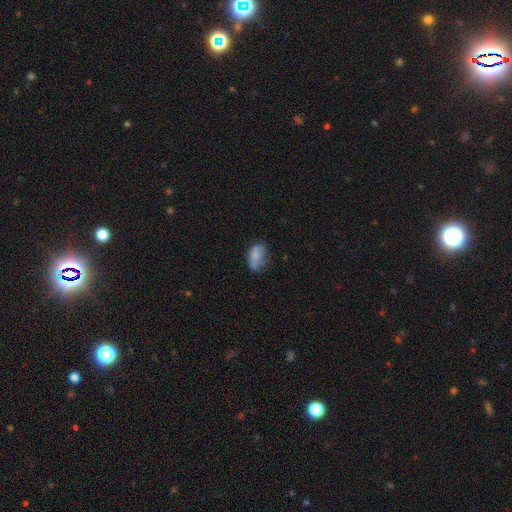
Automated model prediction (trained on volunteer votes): The model was most divided on "merging": none: 52%, minor disturbance: 32%, major disturbance: 13%, merger: 3%. More confident: how rounded — in between (89%); smooth or featured — smooth (76%).